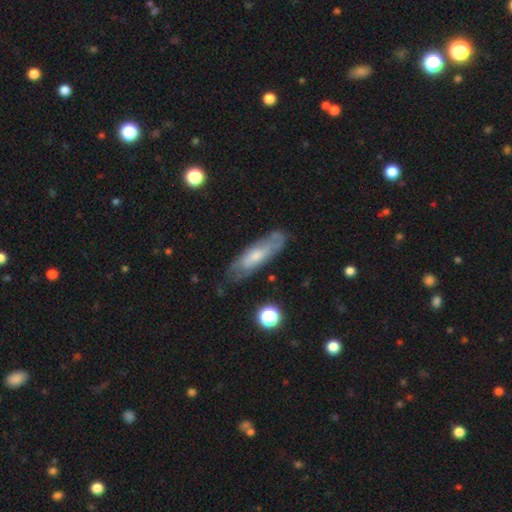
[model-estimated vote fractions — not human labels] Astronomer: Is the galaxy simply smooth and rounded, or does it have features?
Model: featured or disk — 54% (runner-up: smooth, 39%).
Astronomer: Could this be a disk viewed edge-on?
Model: no — 63%.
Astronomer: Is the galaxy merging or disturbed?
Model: none — 70%.